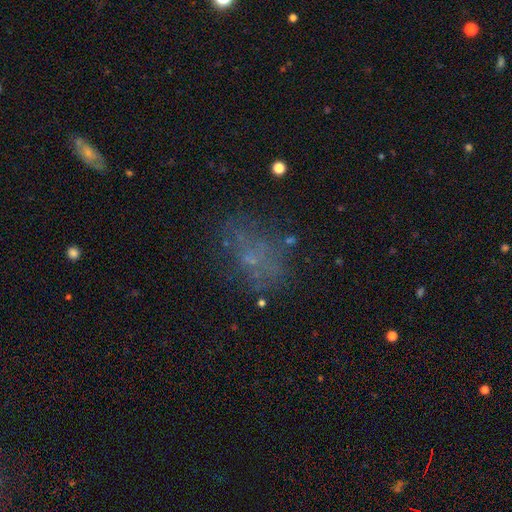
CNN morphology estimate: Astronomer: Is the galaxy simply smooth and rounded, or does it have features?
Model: smooth — 42% (runner-up: featured or disk, 30%).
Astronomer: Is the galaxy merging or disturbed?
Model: none — 62%.